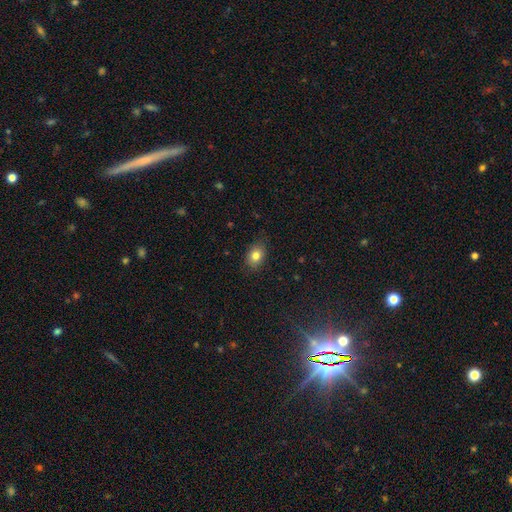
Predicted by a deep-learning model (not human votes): Smooth or featured: smooth — 81% (star or artifact — 10%)
How rounded: in between — 71% (round — 28%)
Merging: none — 84% (minor disturbance — 13%)